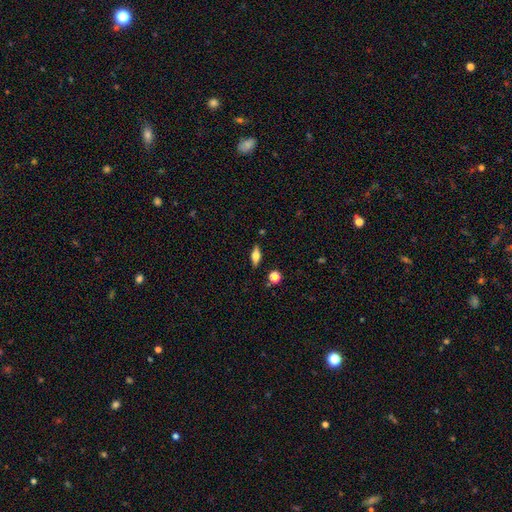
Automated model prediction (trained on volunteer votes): The model was most divided on "smooth or featured": smooth: 52%, featured or disk: 39%, star or artifact: 9%. More confident: merging — none (86%); how rounded — in between (67%).